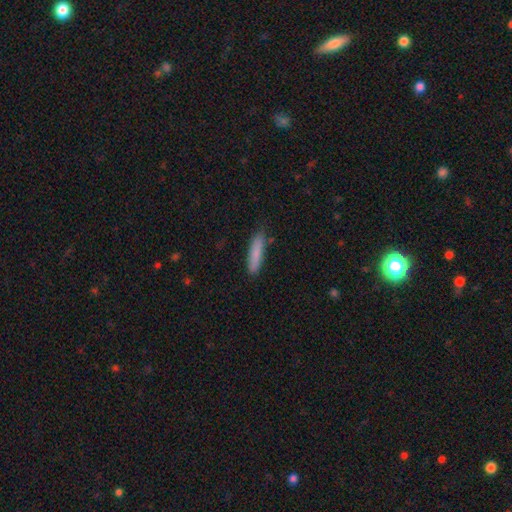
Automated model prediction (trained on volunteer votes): A smooth galaxy with no disk features (85%) that is cigar-shaped (80%).

Vote fractions:
- Smooth or featured? smooth: 85% / featured or disk: 9% / star or artifact: 6%
- How rounded? cigar-shaped: 80% / in between: 19% / round: 1%
- Merging? none: 82% / minor disturbance: 14% / major disturbance: 2% / merger: 2%